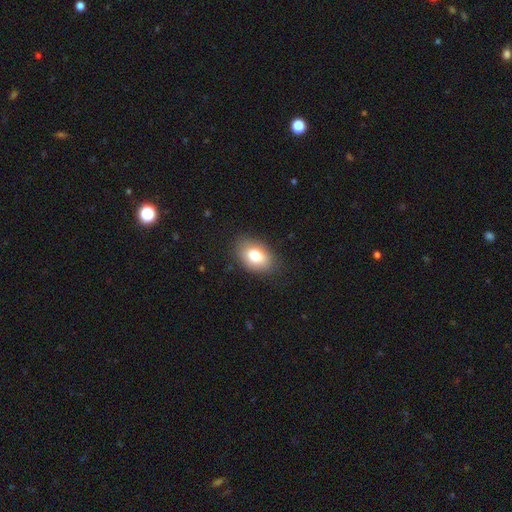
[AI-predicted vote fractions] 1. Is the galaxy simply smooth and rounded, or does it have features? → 79% smooth, 12% featured or disk, 8% star or artifact.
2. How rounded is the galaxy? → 86% in between, 13% round, 1% cigar-shaped.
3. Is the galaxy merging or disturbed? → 83% none, 12% minor disturbance, 3% major disturbance, 1% merger.